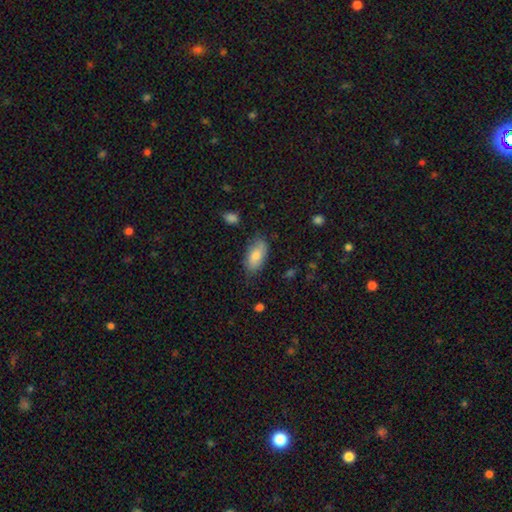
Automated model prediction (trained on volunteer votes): smooth-or-featured: smooth: 80% | featured or disk: 13% | star or artifact: 7%
  how-rounded: in between: 91% | cigar-shaped: 6% | round: 3%
  merging: none: 75% | minor disturbance: 19% | major disturbance: 4% | merger: 2%